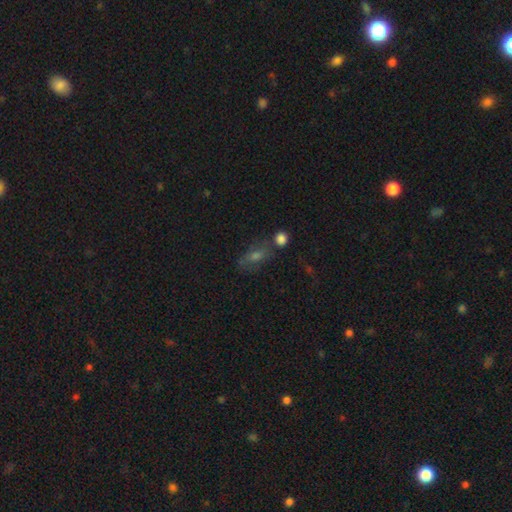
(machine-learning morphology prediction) Smooth or featured? Predicted: smooth (p=0.45). Merging? Predicted: none (p=0.60).